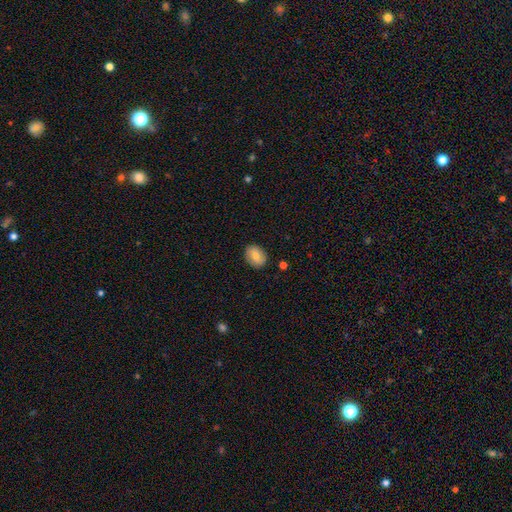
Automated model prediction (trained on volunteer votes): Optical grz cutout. It shows a smooth galaxy with no disk features (77%) that is in between round and cigar-shaped (66%). Merging: none (87%).